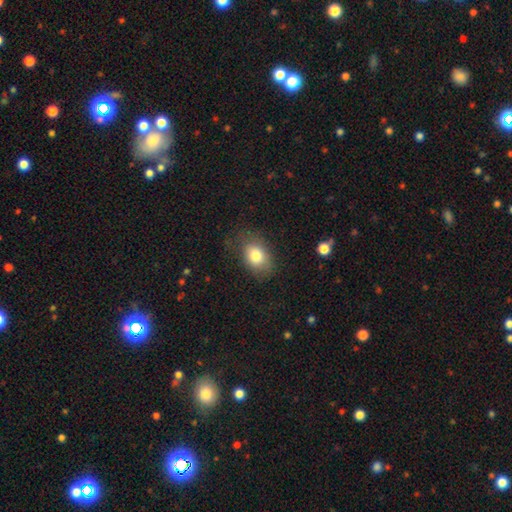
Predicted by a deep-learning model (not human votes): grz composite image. It shows a smooth galaxy with no disk features (80%) that is in between round and cigar-shaped (77%). Merging: none (68%).